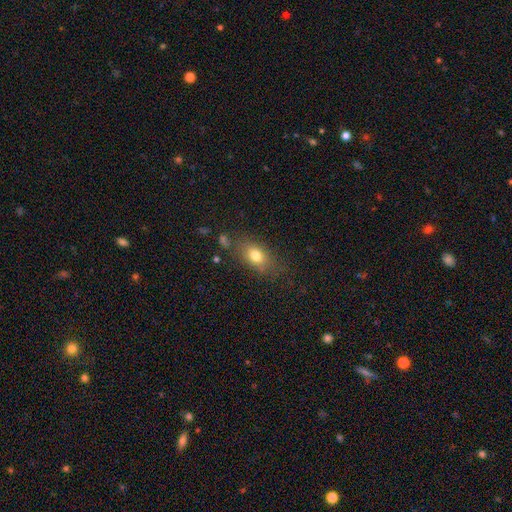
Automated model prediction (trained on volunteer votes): Q: Smooth or featured?
A: smooth (76%); runner-up: featured or disk (14%)
Q: How rounded?
A: in between (78%); runner-up: round (18%)
Q: Merging?
A: none (72%); runner-up: minor disturbance (18%)